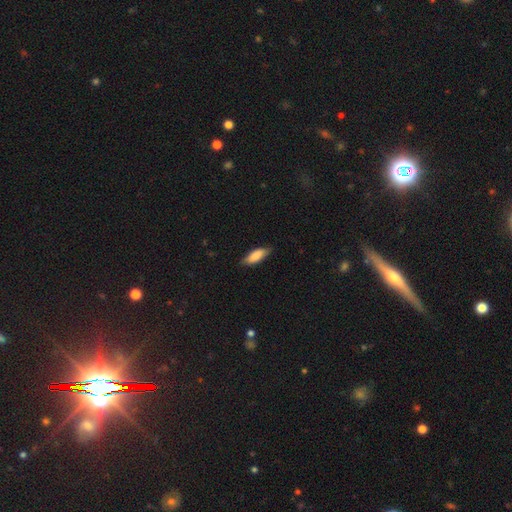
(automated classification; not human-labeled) A smooth galaxy with no disk features (80%) that is in between round and cigar-shaped (68%).

Vote fractions:
- Smooth or featured? smooth: 80% / featured or disk: 14% / star or artifact: 6%
- How rounded? in between: 68% / cigar-shaped: 31% / round: 2%
- Merging? none: 80% / minor disturbance: 16% / major disturbance: 2% / merger: 1%